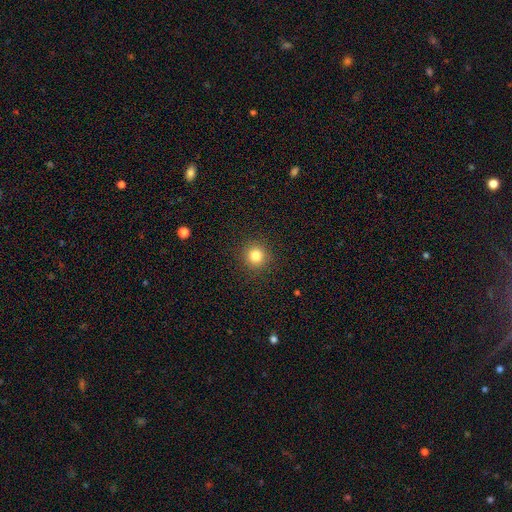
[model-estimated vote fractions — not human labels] smooth 82%, star or artifact 13%, featured or disk 6%. Down the decision tree: how rounded — round (94%); merging — none (91%).